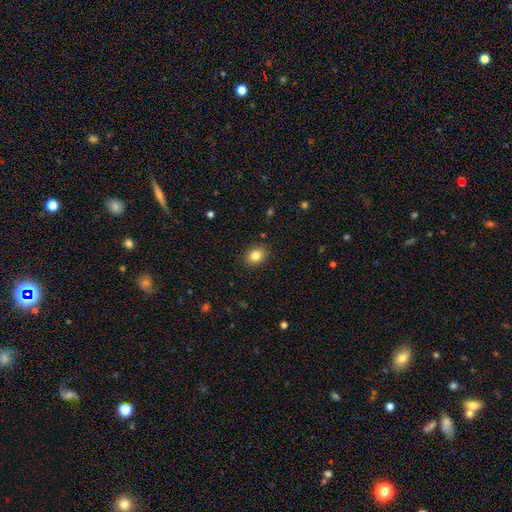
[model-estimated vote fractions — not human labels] smooth 84%, star or artifact 10%, featured or disk 6%. Down the decision tree: how rounded — in between (52%); merging — none (89%).